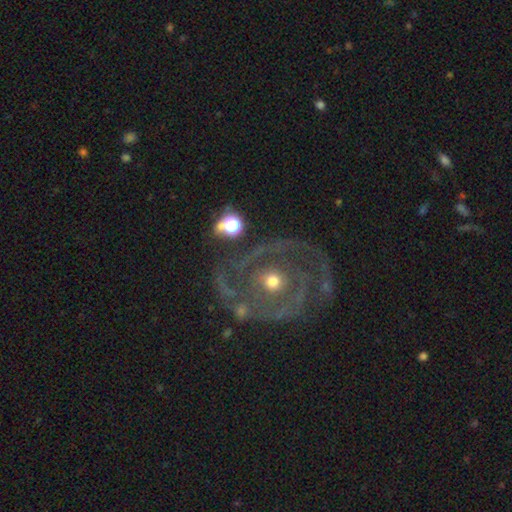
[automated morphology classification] Smooth or featured? Predicted: featured or disk (p=0.86). Edge-on disk? Predicted: no (p=0.97). Bar? Predicted: no (p=0.68). Spiral arms? Predicted: yes (p=0.89). Spiral winding? Predicted: tight (p=0.61). Spiral arm count? Predicted: 2 (p=0.58). Bulge size? Predicted: moderate (p=0.48). Merging? Predicted: none (p=0.74).